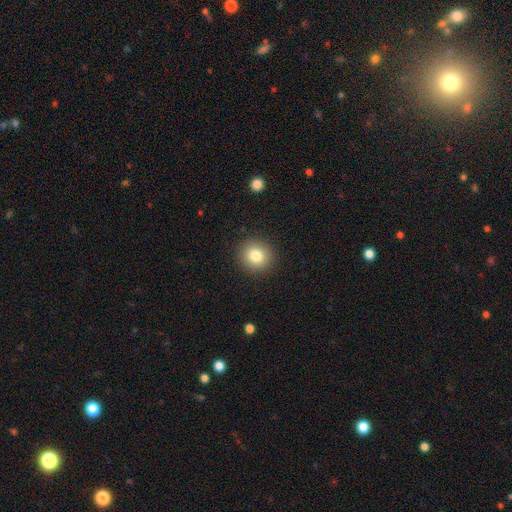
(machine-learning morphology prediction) Smooth or featured: smooth — 81% (star or artifact — 11%)
How rounded: round — 89% (in between — 10%)
Merging: none — 91% (minor disturbance — 6%)